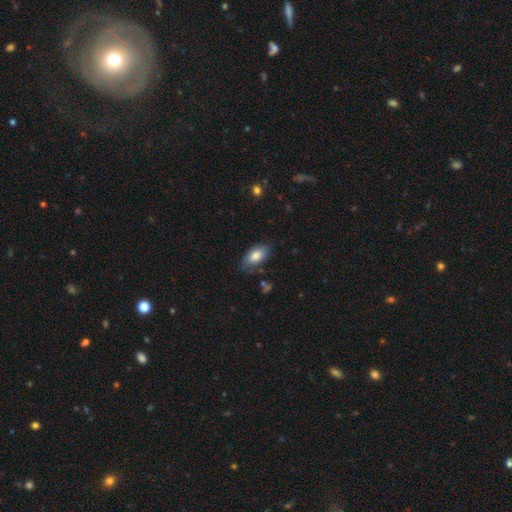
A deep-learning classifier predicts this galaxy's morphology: Smooth or featured? smooth (81%)
How rounded? in between (93%)
Merging? none (73%)